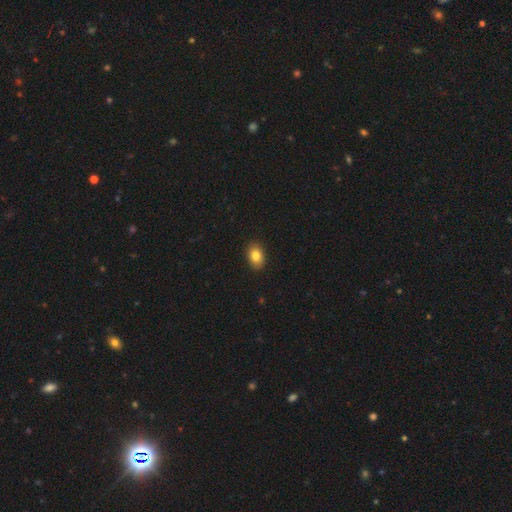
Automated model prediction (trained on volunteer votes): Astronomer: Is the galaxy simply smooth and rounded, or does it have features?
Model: smooth — 84%.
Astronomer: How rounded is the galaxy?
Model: in between — 78%.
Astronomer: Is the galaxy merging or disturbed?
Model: none — 89%.